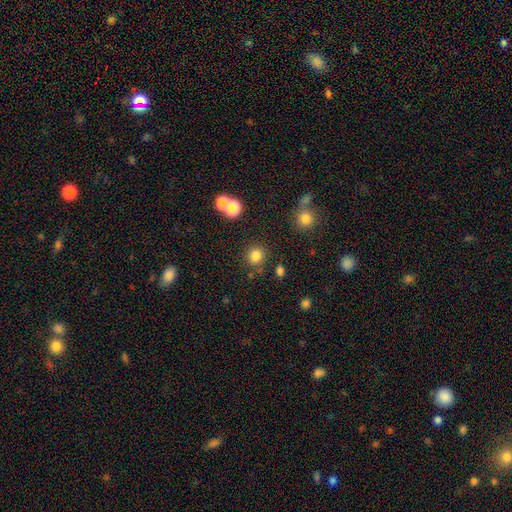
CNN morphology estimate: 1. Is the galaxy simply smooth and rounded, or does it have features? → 81% smooth, 14% star or artifact, 5% featured or disk.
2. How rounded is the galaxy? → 86% round, 13% in between, 1% cigar-shaped.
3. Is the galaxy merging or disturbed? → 81% none, 9% minor disturbance, 7% merger, 4% major disturbance.